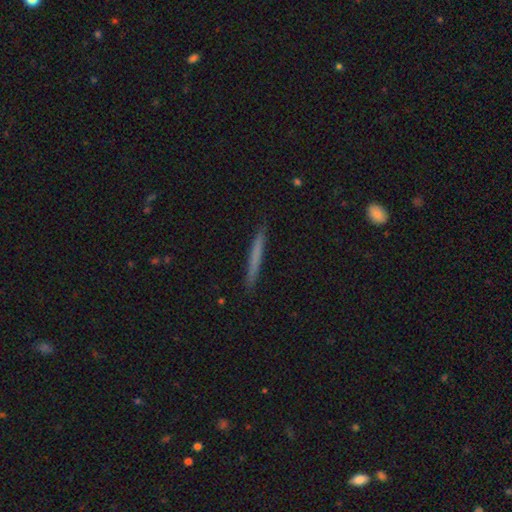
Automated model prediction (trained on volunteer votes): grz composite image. It shows a smooth galaxy with no disk features (62%) that is cigar-shaped (97%). Merging: none (91%).